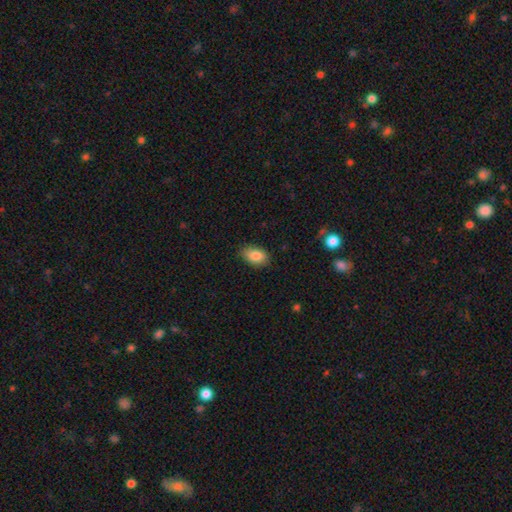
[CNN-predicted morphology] Smooth or featured?
  - smooth: 85% *
  - star or artifact: 8%
  - featured or disk: 8%
How rounded?
  - in between: 89% *
  - round: 9%
  - cigar-shaped: 2%
Merging?
  - none: 83% *
  - minor disturbance: 14%
  - major disturbance: 2%
  - merger: 1%